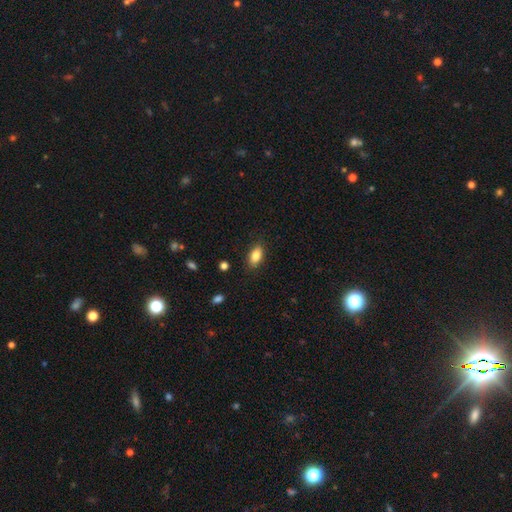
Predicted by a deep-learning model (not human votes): The model was most divided on "smooth or featured": smooth: 84%, featured or disk: 8%, star or artifact: 8%. More confident: how rounded — in between (88%); merging — none (86%).